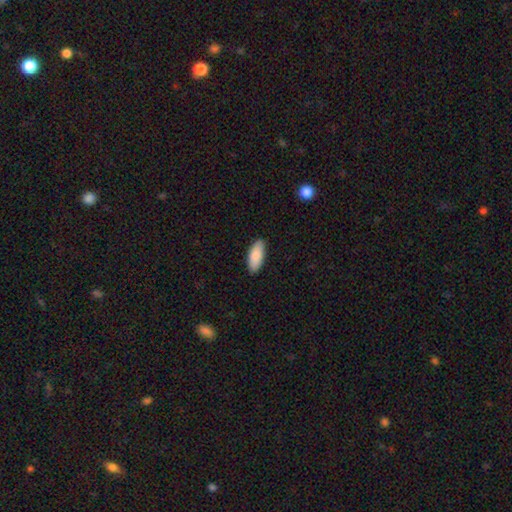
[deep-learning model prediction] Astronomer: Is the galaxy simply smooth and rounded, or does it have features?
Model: smooth — 89%.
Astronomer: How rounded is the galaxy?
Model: in between — 83%.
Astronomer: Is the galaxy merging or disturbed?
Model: none — 88%.